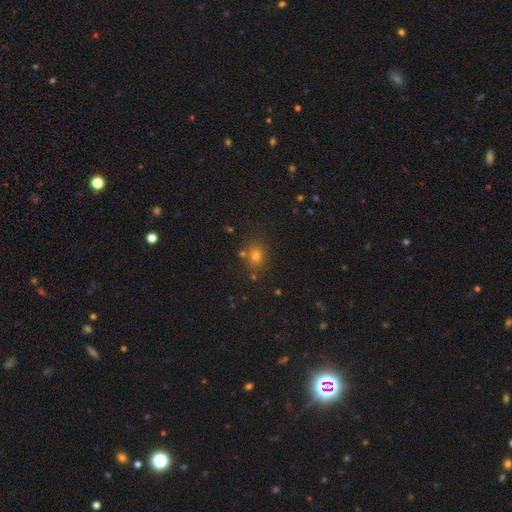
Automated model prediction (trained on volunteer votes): The model was most divided on "smooth or featured": smooth: 70%, star or artifact: 22%, featured or disk: 8%. More confident: merging — none (76%); how rounded — round (75%).